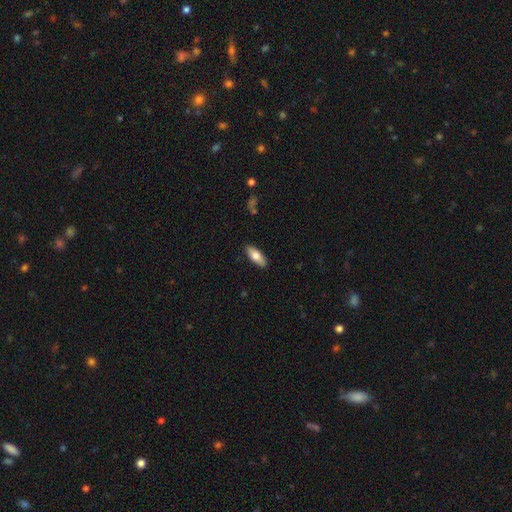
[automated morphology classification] smooth-or-featured: smooth: 75% | featured or disk: 19% | star or artifact: 6%
  how-rounded: in between: 76% | cigar-shaped: 22% | round: 2%
  merging: none: 88% | minor disturbance: 9% | major disturbance: 2% | merger: 1%